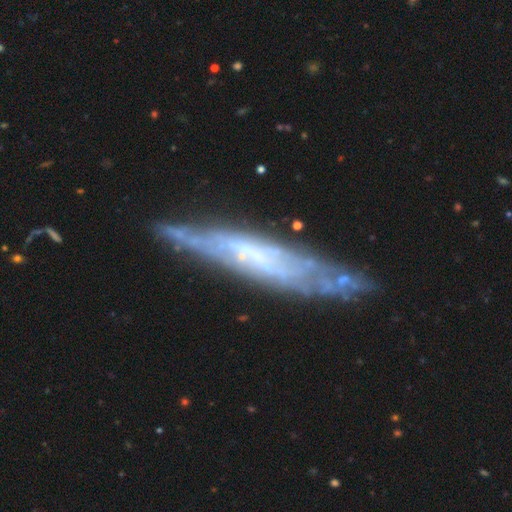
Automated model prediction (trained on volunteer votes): A featured or disk galaxy (71%) viewed edge-on (70%). Merging: none (70%).